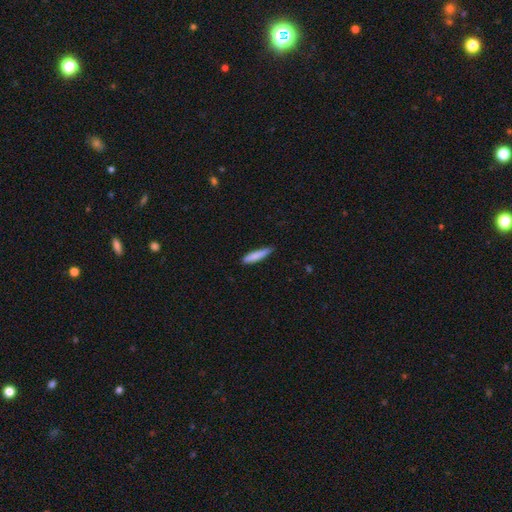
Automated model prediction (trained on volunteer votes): A smooth galaxy with no disk features (81%) that is cigar-shaped (84%). Merging: none (75%).